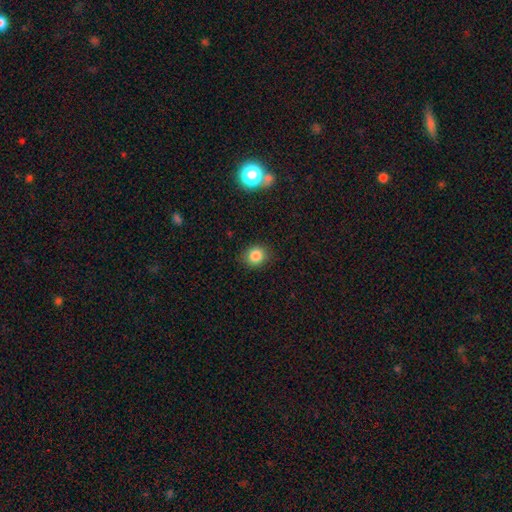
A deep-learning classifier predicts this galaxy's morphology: A smooth galaxy with no disk features (84%) that is round (74%).

Vote fractions:
- Smooth or featured? smooth: 84% / star or artifact: 11% / featured or disk: 5%
- How rounded? round: 74% / in between: 25% / cigar-shaped: 1%
- Merging? none: 86% / minor disturbance: 10% / major disturbance: 3% / merger: 1%